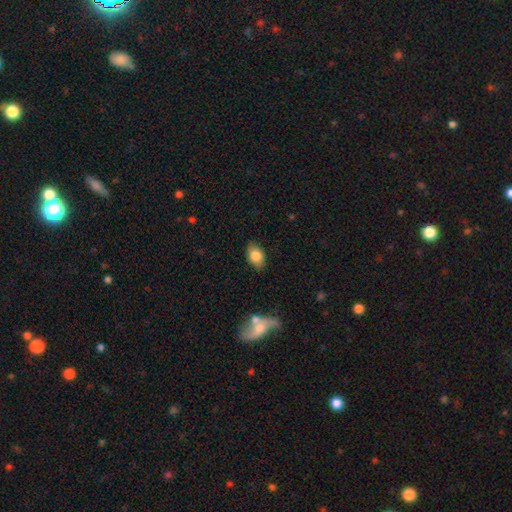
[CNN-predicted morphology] smooth-or-featured: smooth: 81% | featured or disk: 12% | star or artifact: 7%
  how-rounded: in between: 86% | round: 12% | cigar-shaped: 2%
  merging: none: 82% | minor disturbance: 13% | major disturbance: 3% | merger: 2%